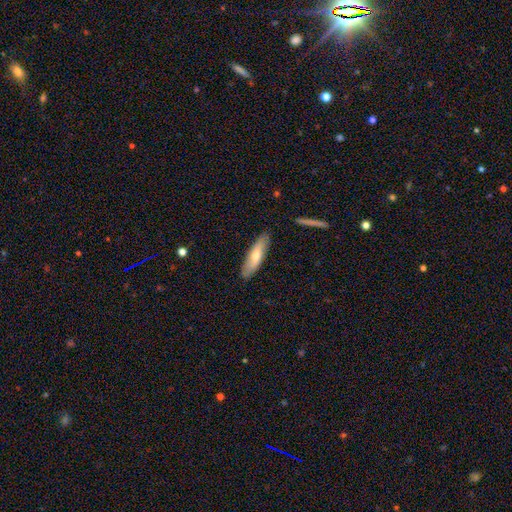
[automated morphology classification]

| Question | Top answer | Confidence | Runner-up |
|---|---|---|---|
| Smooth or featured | smooth | 66% | featured or disk (28%) |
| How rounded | cigar-shaped | 60% | in between (38%) |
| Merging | none | 86% | minor disturbance (11%) |